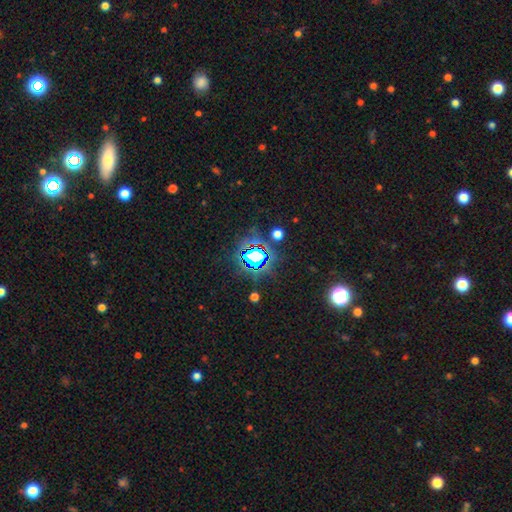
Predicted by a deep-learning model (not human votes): Smooth or featured? star or artifact (72%)